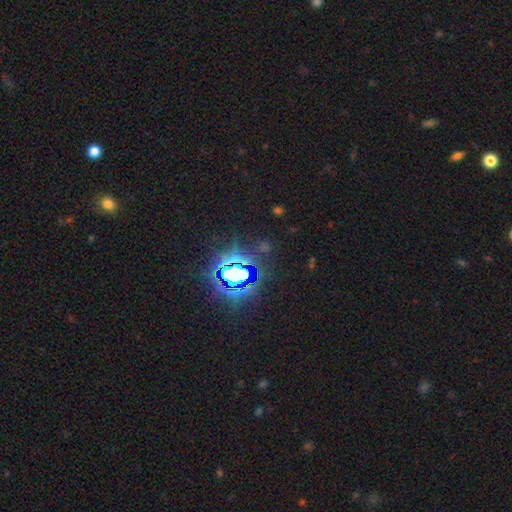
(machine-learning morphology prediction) Smooth or featured?
  - star or artifact: 85% *
  - smooth: 9%
  - featured or disk: 6%